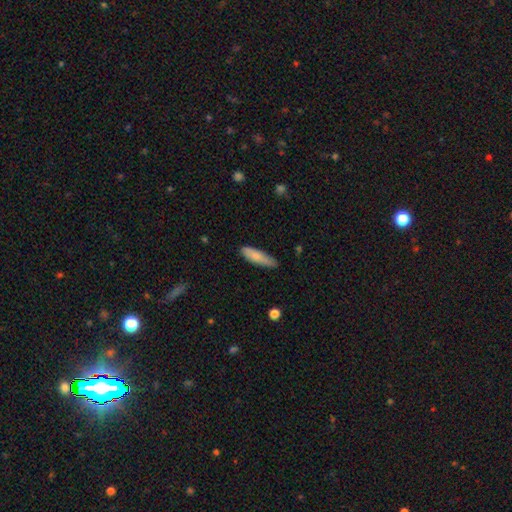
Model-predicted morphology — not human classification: Smooth or featured: smooth — 80% (featured or disk — 14%)
How rounded: cigar-shaped — 61% (in between — 38%)
Merging: none — 76% (minor disturbance — 19%)